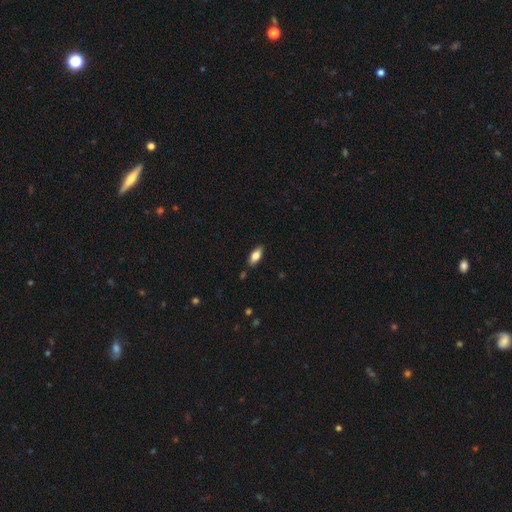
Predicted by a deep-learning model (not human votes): Smooth or featured? smooth (74%)
How rounded? in between (80%)
Merging? none (86%)